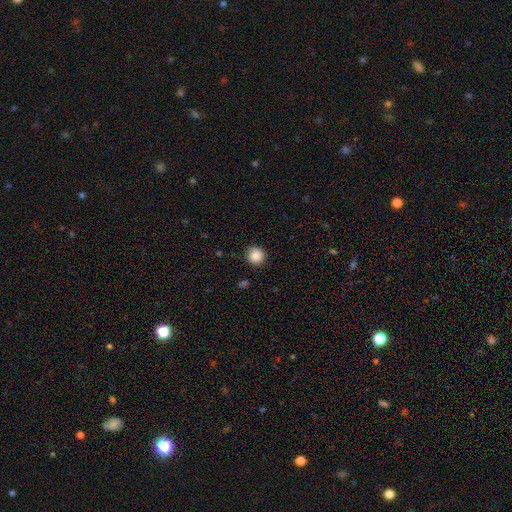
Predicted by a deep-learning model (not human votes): Smooth or featured? smooth (87%)
How rounded? round (92%)
Merging? none (86%)